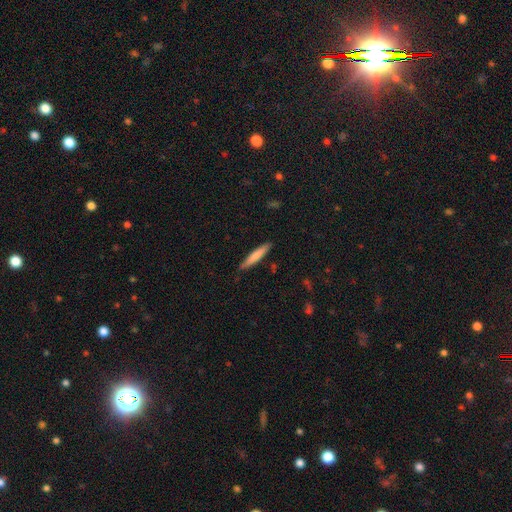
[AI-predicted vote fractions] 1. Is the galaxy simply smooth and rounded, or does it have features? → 74% smooth, 21% featured or disk, 5% star or artifact.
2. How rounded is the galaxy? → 92% cigar-shaped, 7% in between, 1% round.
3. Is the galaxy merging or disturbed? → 85% none, 12% minor disturbance, 2% major disturbance, 1% merger.